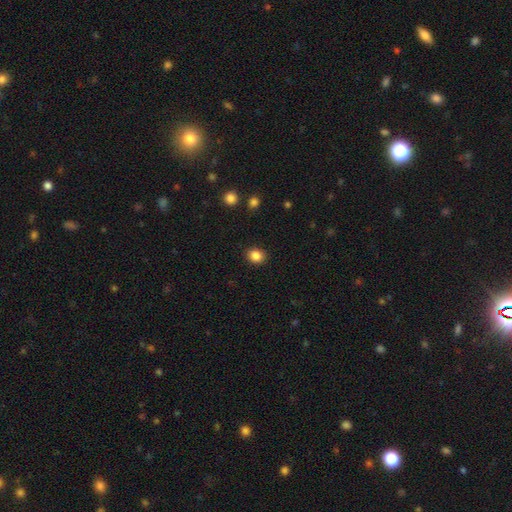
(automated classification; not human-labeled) A smooth galaxy with no disk features (86%) that is round (63%). Merging: none (90%).